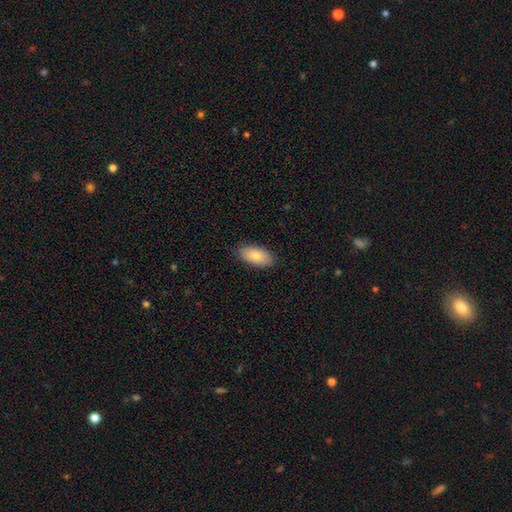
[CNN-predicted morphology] The model was most divided on "smooth or featured": smooth: 83%, featured or disk: 10%, star or artifact: 6%. More confident: how rounded — in between (94%); merging — none (87%).